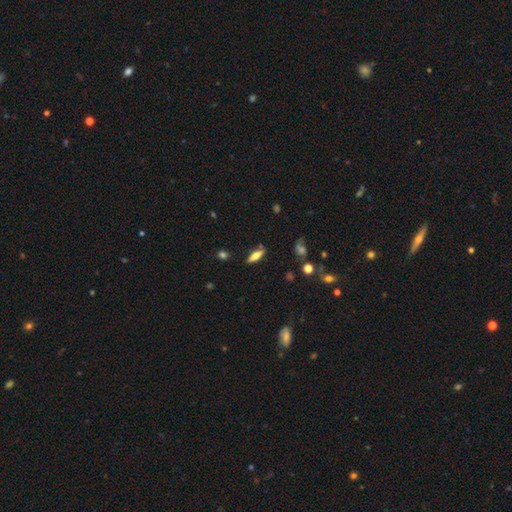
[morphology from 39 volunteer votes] Q: Smooth or featured?
A: smooth (62%); runner-up: featured or disk (28%)
Q: How rounded?
A: cigar-shaped (54%); runner-up: in between (46%)
Q: Merging?
A: none (74%); runner-up: minor disturbance (20%)